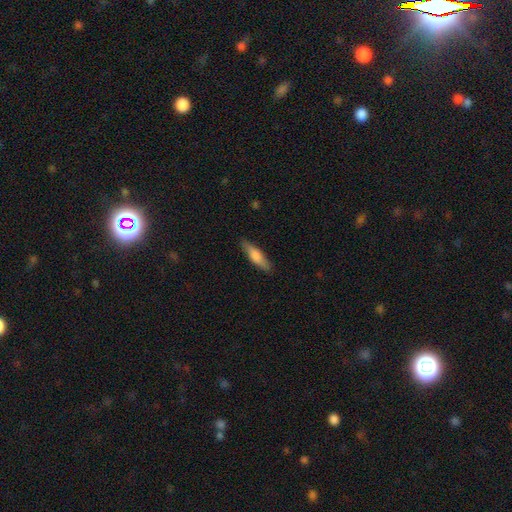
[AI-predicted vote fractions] A smooth galaxy with no disk features (69%) that is cigar-shaped (71%). Merging: none (86%).